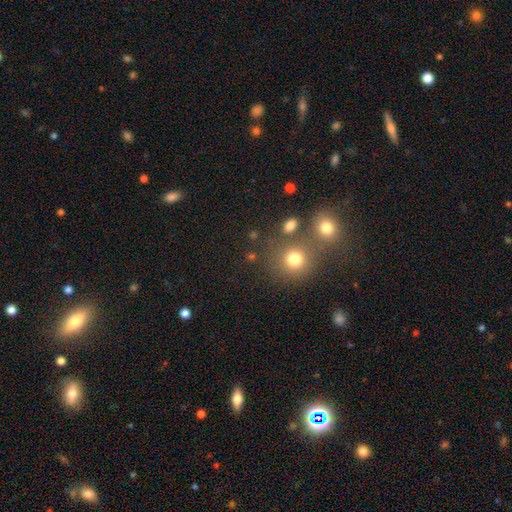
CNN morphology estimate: A smooth galaxy with no disk features (61%) that is round (87%).

Vote fractions:
- Smooth or featured? smooth: 61% / star or artifact: 30% / featured or disk: 9%
- How rounded? round: 87% / in between: 12% / cigar-shaped: 1%
- Merging? none: 66% / merger: 21% / minor disturbance: 8% / major disturbance: 4%